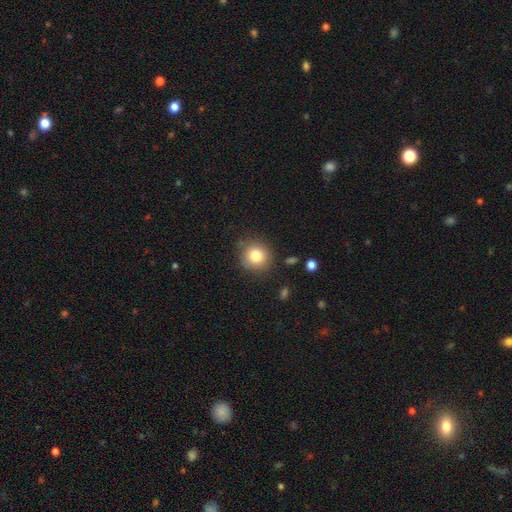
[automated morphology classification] This is clearly a smooth galaxy (81%). How rounded: clearly round (90%). Merging: clearly none (83%).